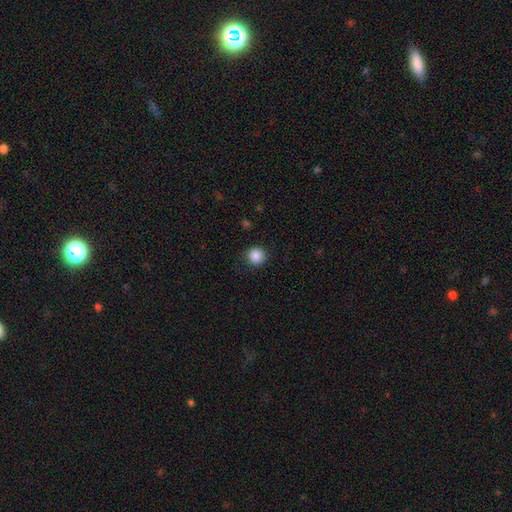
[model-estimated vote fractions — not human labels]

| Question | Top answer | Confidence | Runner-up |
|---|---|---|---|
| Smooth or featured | smooth | 87% | star or artifact (10%) |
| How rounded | round | 92% | in between (7%) |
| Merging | none | 87% | minor disturbance (9%) |